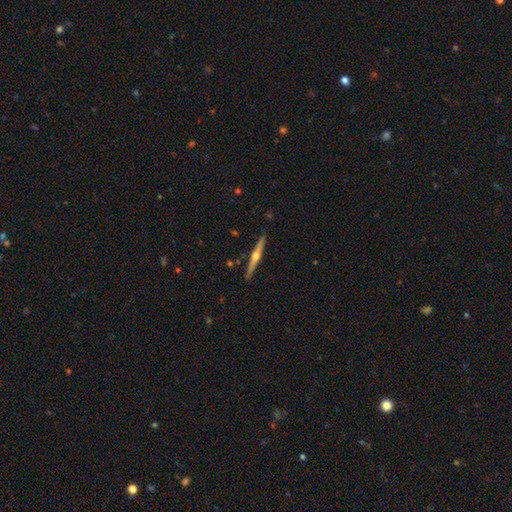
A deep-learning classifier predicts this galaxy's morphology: A featured or disk galaxy (79%) viewed edge-on (98%) with a rounded central bulge (95%). Merging: none (91%).